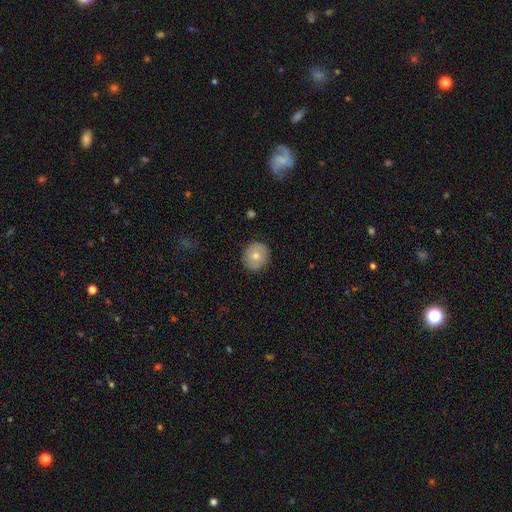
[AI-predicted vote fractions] This appears to be a smooth galaxy with no disk features (72%) that is round (86%). Merging: none (87%).